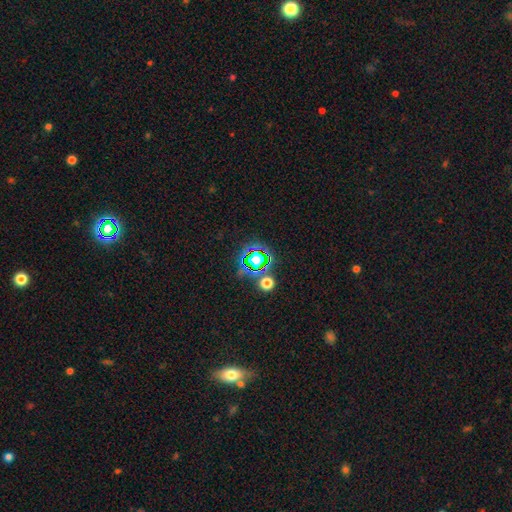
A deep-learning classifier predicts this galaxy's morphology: A star or artifact, not a galaxy (64%).

Vote fractions:
- Smooth or featured? star or artifact: 64% / smooth: 25% / featured or disk: 10%